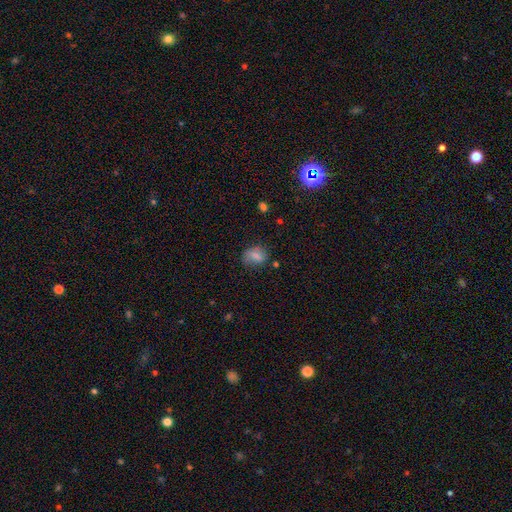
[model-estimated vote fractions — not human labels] A smooth galaxy with no disk features (76%) that is in between round and cigar-shaped (63%).

Vote fractions:
- Smooth or featured? smooth: 76% / featured or disk: 13% / star or artifact: 11%
- How rounded? in between: 63% / round: 35% / cigar-shaped: 2%
- Merging? none: 59% / minor disturbance: 27% / major disturbance: 11% / merger: 3%